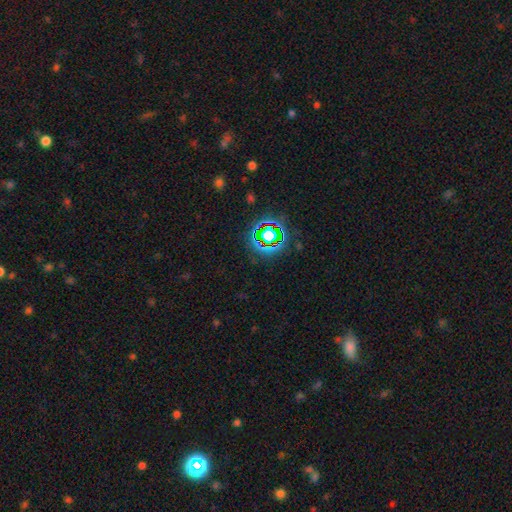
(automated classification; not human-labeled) This appears to be a star or artifact, not a galaxy (73%).